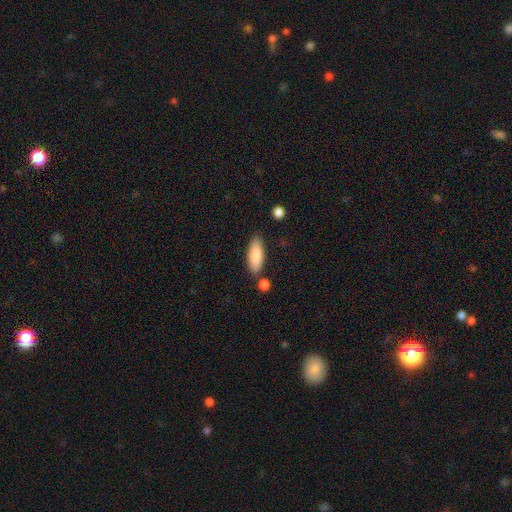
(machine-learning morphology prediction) Smooth or featured? Predicted: smooth (p=0.86). How rounded? Predicted: in between (p=0.70). Merging? Predicted: none (p=0.75).